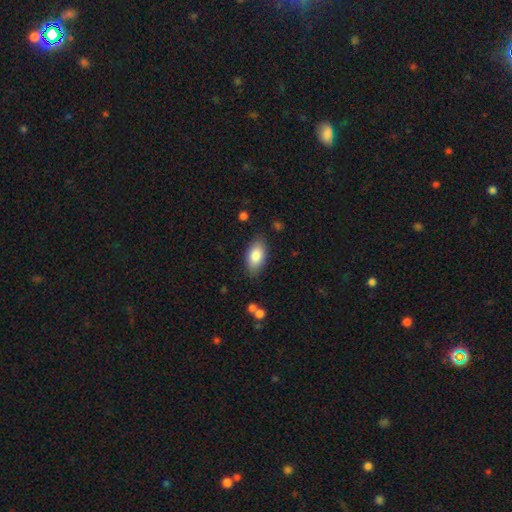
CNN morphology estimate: smooth_or_featured: smooth (p=0.85) [alt: featured or disk p=0.09]
how_rounded: in between (p=0.93) [alt: round p=0.04]
merging: none (p=0.83) [alt: minor disturbance p=0.13]